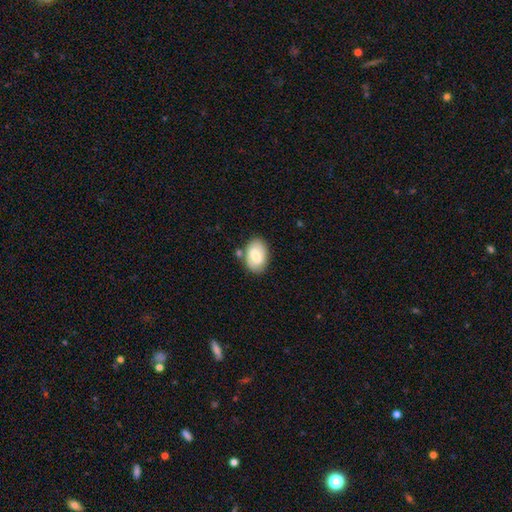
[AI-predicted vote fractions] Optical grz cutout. It shows a smooth galaxy with no disk features (57%) that is in between round and cigar-shaped (85%). Merging: none (72%).